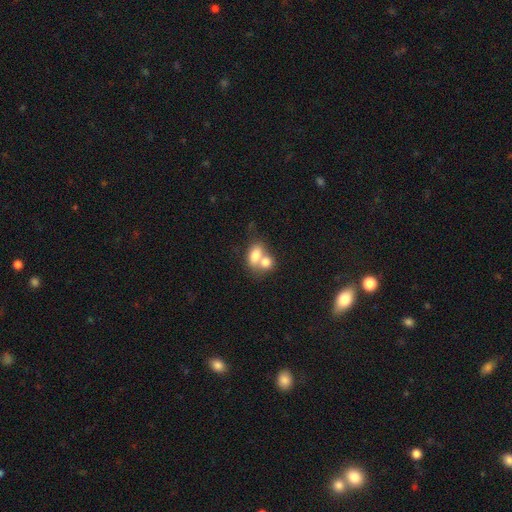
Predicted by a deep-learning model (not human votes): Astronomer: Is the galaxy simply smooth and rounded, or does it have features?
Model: smooth — 75%.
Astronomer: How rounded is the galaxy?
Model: in between — 75%.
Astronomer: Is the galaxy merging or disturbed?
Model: merger — 66%.